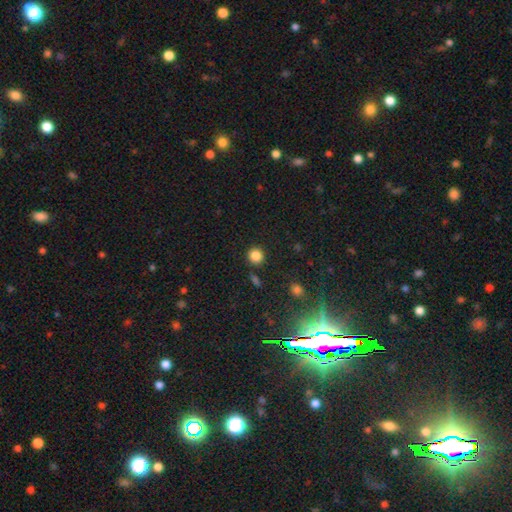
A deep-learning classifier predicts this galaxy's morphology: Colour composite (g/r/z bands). It shows a smooth galaxy with no disk features (84%) that is round (93%). Merging: none (89%).